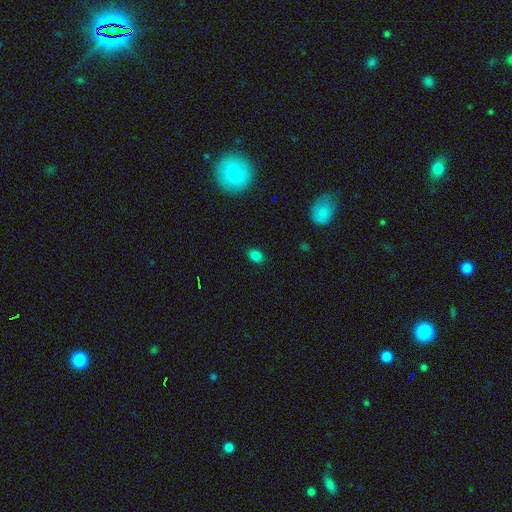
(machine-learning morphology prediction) Smooth or featured?
  - smooth: 82% *
  - star or artifact: 14%
  - featured or disk: 4%
How rounded?
  - in between: 75% *
  - round: 23%
  - cigar-shaped: 1%
Merging?
  - none: 86% *
  - minor disturbance: 10%
  - major disturbance: 2%
  - merger: 1%